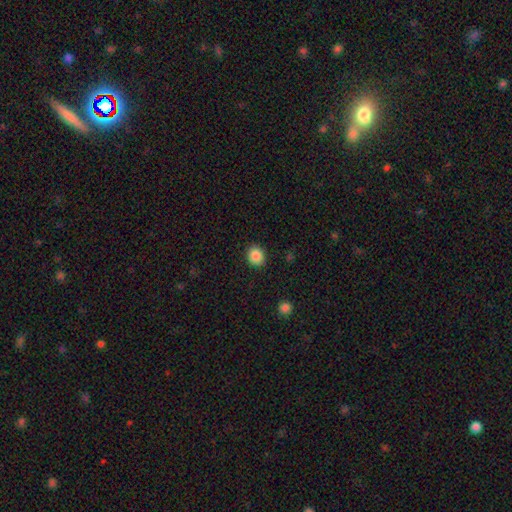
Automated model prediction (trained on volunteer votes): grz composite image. It shows a smooth galaxy with no disk features (88%) that is round (70%). Merging: none (90%).